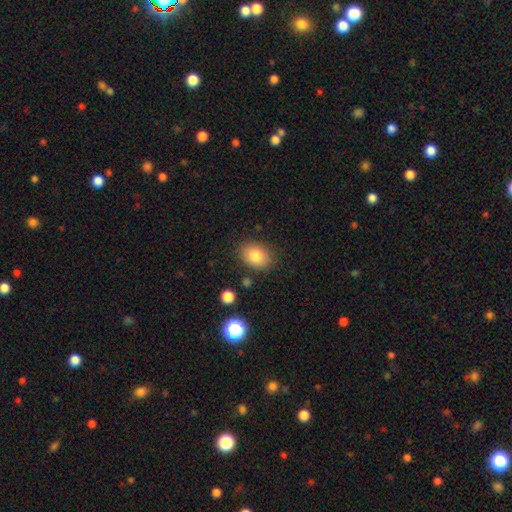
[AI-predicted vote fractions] Smooth or featured? Predicted: smooth (p=0.82). How rounded? Predicted: in between (p=0.67). Merging? Predicted: none (p=0.83).